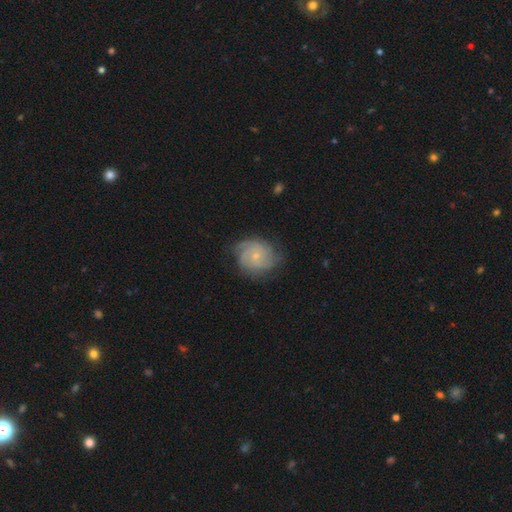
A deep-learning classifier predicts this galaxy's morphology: A featured or disk galaxy (75%) with no bar (71%), tight (60%) spiral arms (94%) and a small central bulge (74%).

Vote fractions:
- Smooth or featured? featured or disk: 75% / smooth: 18% / star or artifact: 7%
- Edge-on disk? no: 98% / yes: 2%
- Bar? no: 71% / weak: 26% / strong: 3%
- Spiral arms? yes: 94% / no: 6%
- Spiral winding? tight: 60% / medium: 32% / loose: 9%
- Spiral arm count? can't tell: 29% / 3: 27% / 2: 21% / 4: 11% / 1: 6% / more than 4: 6%
- Bulge size? small: 74% / moderate: 20% / none: 4% / large: 1% / dominant: 1%
- Merging? none: 73% / minor disturbance: 19% / major disturbance: 6% / merger: 1%